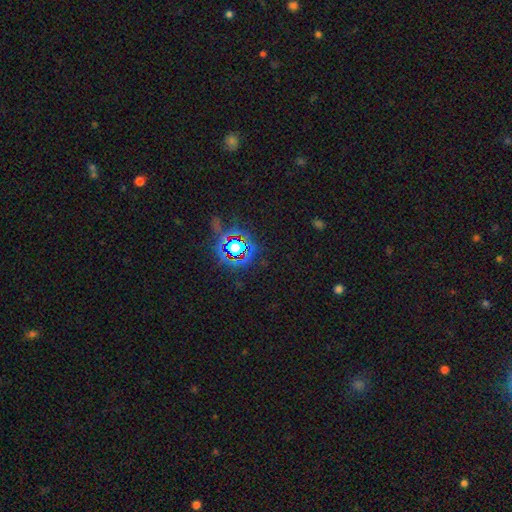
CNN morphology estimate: smooth_or_featured: star or artifact (p=0.76) [alt: smooth p=0.14]